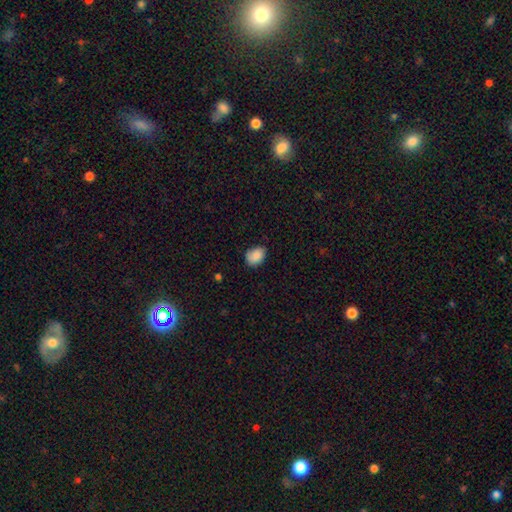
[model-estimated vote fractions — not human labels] Smooth or featured?
  - smooth: 84% *
  - featured or disk: 8%
  - star or artifact: 7%
How rounded?
  - in between: 70% *
  - round: 29%
  - cigar-shaped: 1%
Merging?
  - none: 70% *
  - minor disturbance: 25%
  - major disturbance: 4%
  - merger: 1%